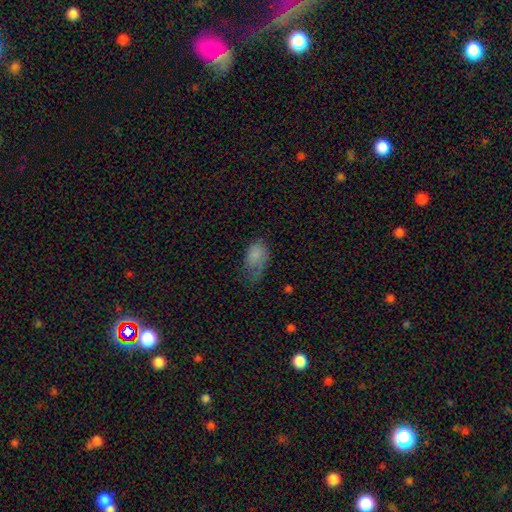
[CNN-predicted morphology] Q: Smooth or featured?
A: smooth (78%); runner-up: featured or disk (14%)
Q: How rounded?
A: in between (90%); runner-up: round (8%)
Q: Merging?
A: minor disturbance (35%); runner-up: none (33%)